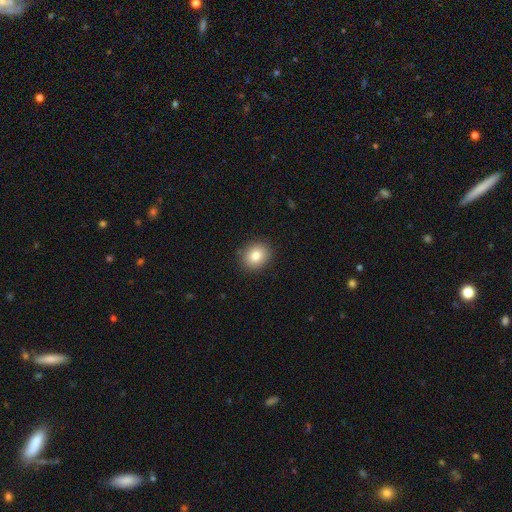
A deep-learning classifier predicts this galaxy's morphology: type=smooth (83%); roundness=round (63%); merging=none (89%).